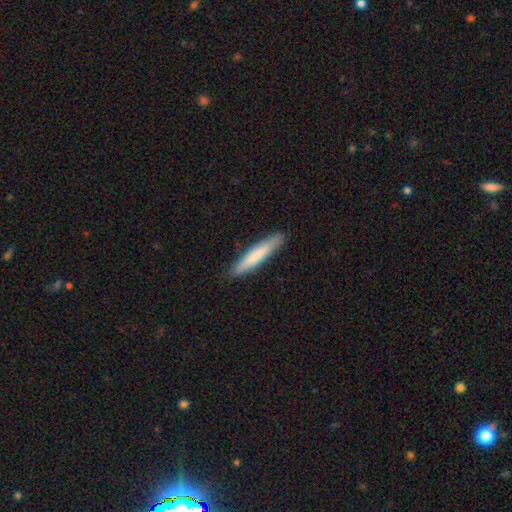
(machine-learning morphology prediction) This is likely a smooth galaxy (75%). How rounded: clearly cigar-shaped (92%). Merging: clearly none (89%).